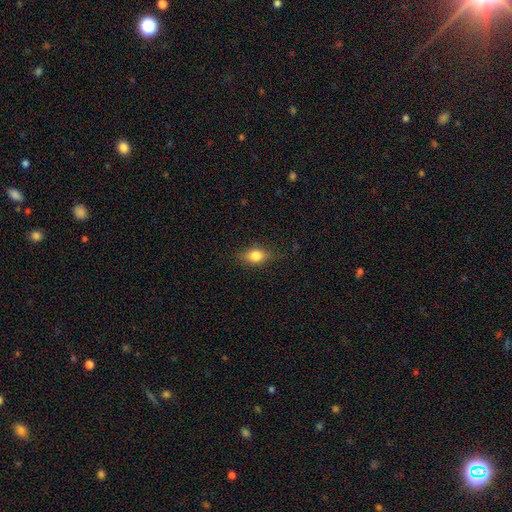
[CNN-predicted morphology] Q: Smooth or featured?
A: smooth (79%); runner-up: featured or disk (11%)
Q: How rounded?
A: in between (69%); runner-up: round (26%)
Q: Merging?
A: none (78%); runner-up: minor disturbance (17%)